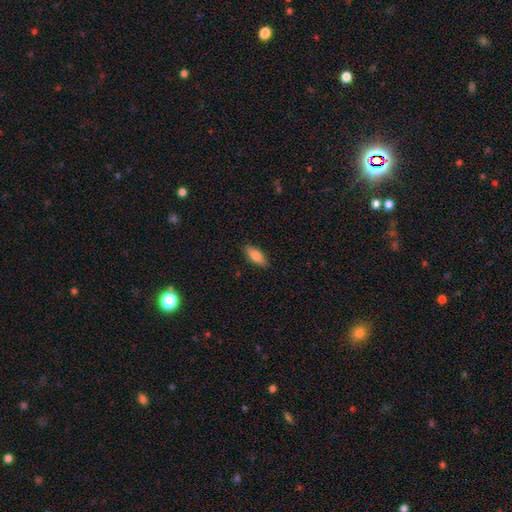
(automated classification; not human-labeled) A smooth galaxy with no disk features (84%) that is in between round and cigar-shaped (79%). Merging: none (87%).